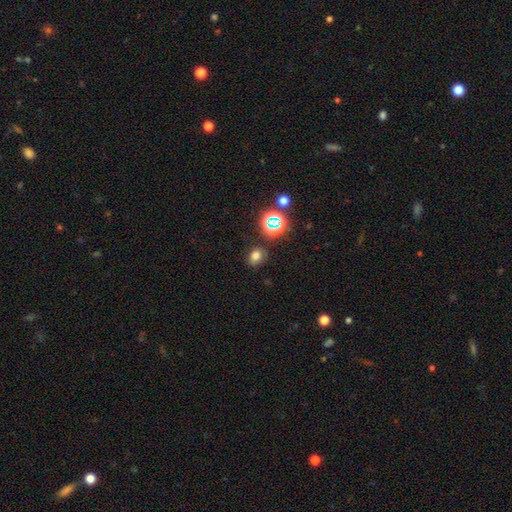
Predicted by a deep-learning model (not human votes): Q: Smooth or featured?
A: smooth (70%); runner-up: star or artifact (23%)
Q: How rounded?
A: in between (59%); runner-up: round (40%)
Q: Merging?
A: none (78%); runner-up: minor disturbance (14%)